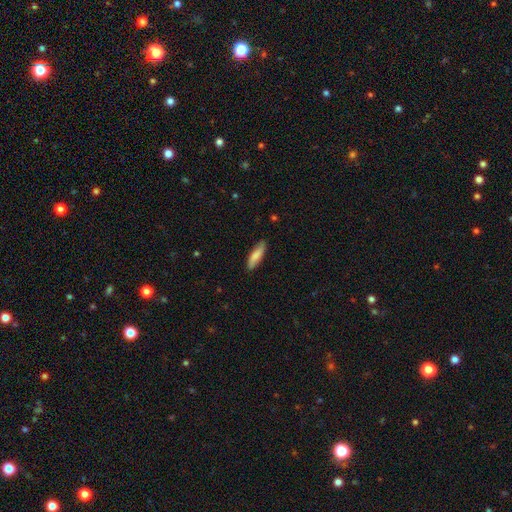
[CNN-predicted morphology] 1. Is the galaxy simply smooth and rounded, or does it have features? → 79% smooth, 15% featured or disk, 6% star or artifact.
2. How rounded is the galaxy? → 60% cigar-shaped, 38% in between, 2% round.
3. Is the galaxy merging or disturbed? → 85% none, 12% minor disturbance, 2% major disturbance, 1% merger.